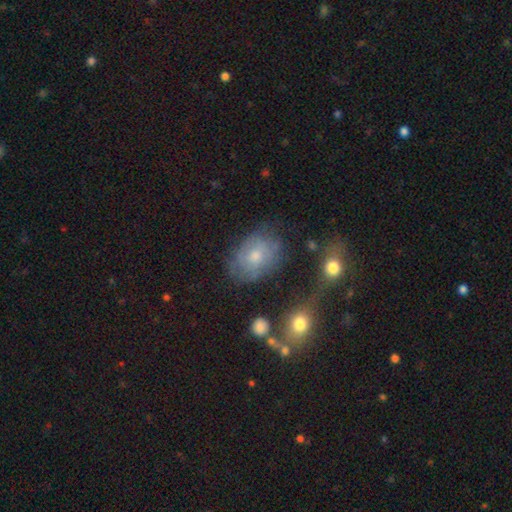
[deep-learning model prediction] Smooth or featured: smooth — 51% (featured or disk — 40%)
How rounded: in between — 77% (round — 22%)
Merging: none — 60% (minor disturbance — 24%)